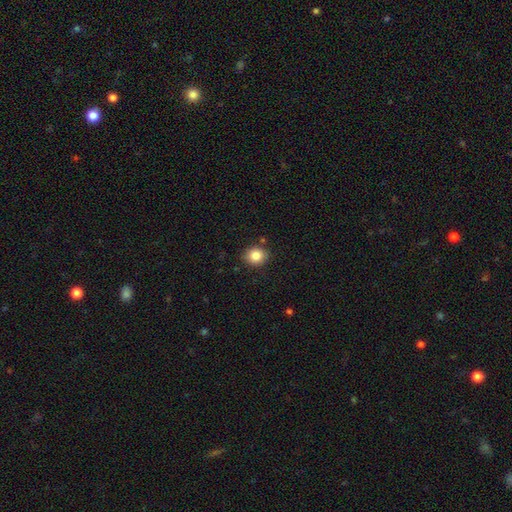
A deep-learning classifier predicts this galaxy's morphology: smooth 85%, star or artifact 10%, featured or disk 5%. Down the decision tree: how rounded — round (72%); merging — none (86%).